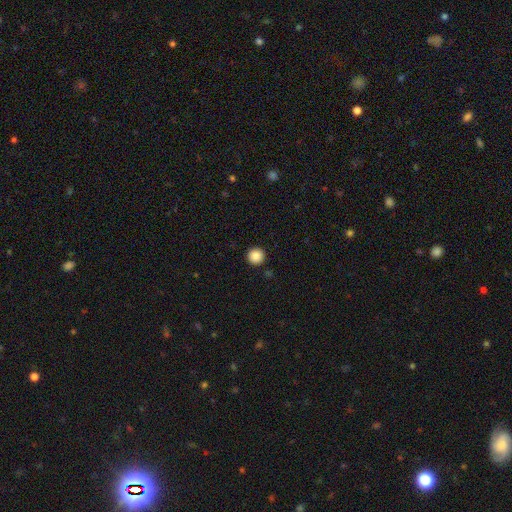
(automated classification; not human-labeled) A smooth galaxy with no disk features (87%) that is round (96%). Merging: none (93%).